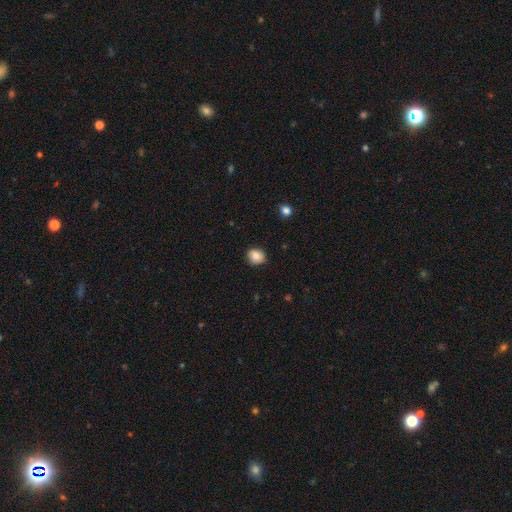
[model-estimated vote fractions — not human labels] Overall: smooth (80%). How rounded: round (74%). Merging: none (87%).